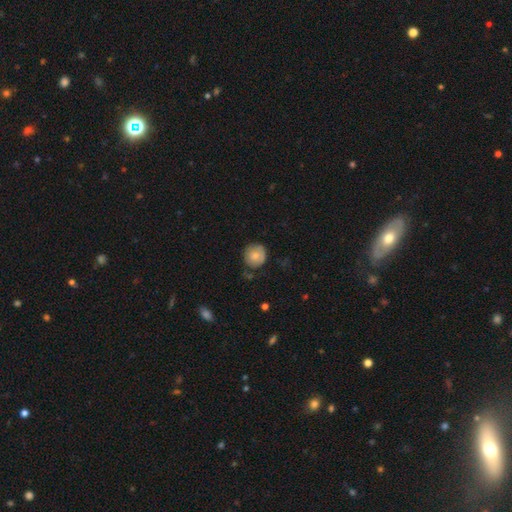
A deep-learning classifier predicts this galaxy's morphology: Smooth or featured? smooth (73%)
How rounded? round (87%)
Merging? none (71%)